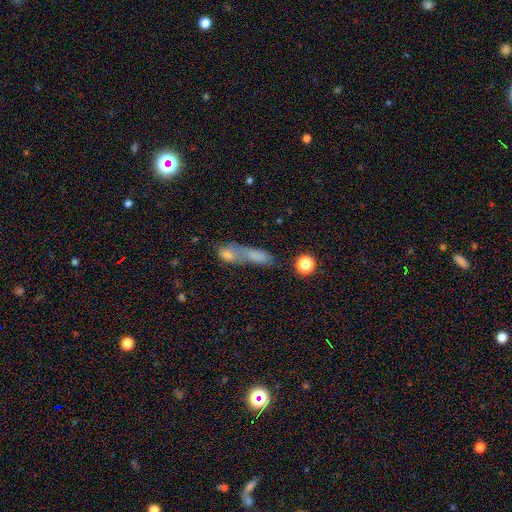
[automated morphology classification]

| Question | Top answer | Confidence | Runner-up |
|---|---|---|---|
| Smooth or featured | smooth | 71% | featured or disk (16%) |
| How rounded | in between | 47% | cigar-shaped (41%) |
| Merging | merger | 51% | none (26%) |